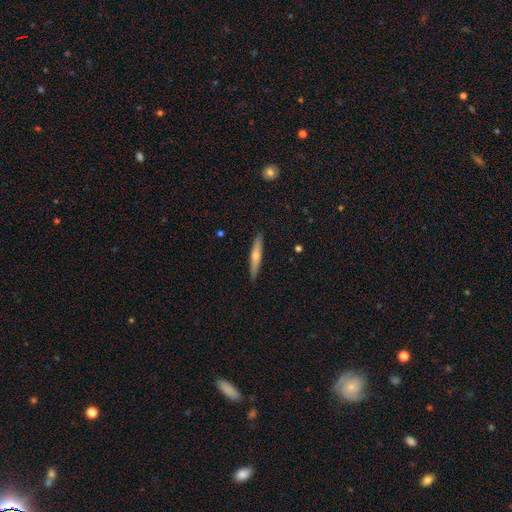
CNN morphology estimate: Overall: featured or disk (52%; smooth 42%). Edge-on disk: yes (95%). Merging: none (90%).